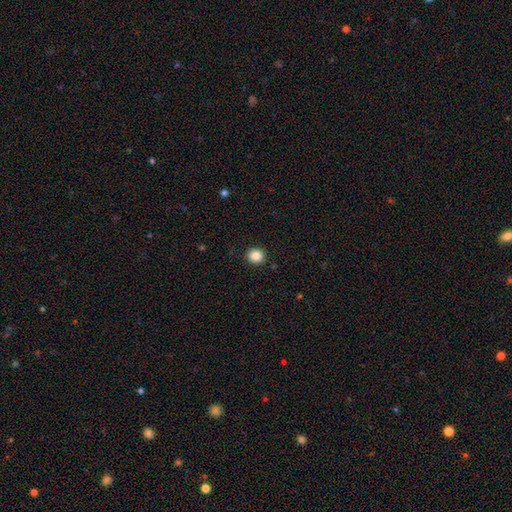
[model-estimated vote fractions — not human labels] smooth-or-featured: smooth: 86% | star or artifact: 10% | featured or disk: 4%
  how-rounded: round: 88% | in between: 11% | cigar-shaped: 1%
  merging: none: 92% | minor disturbance: 5% | major disturbance: 2% | merger: 1%